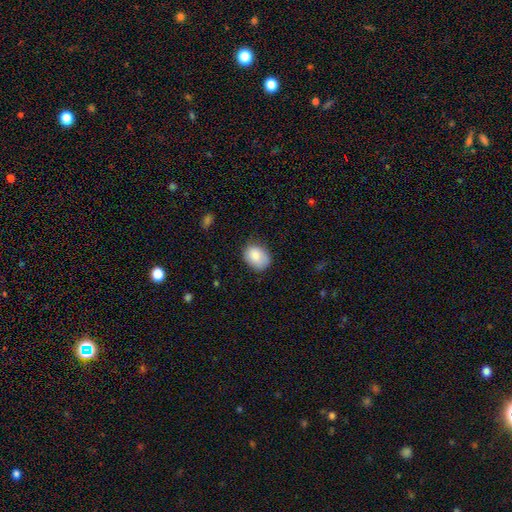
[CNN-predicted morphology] Smooth or featured? smooth (84%)
How rounded? in between (60%)
Merging? none (69%)